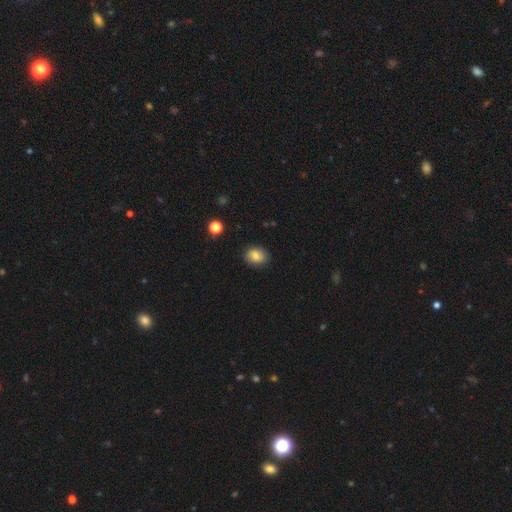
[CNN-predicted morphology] type=smooth (81%); roundness=in between (57%); merging=none (85%).